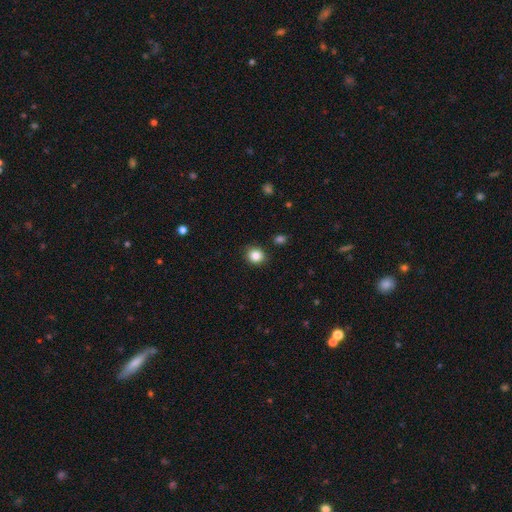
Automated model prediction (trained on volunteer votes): Overall: smooth (85%). How rounded: round (82%). Merging: none (89%).